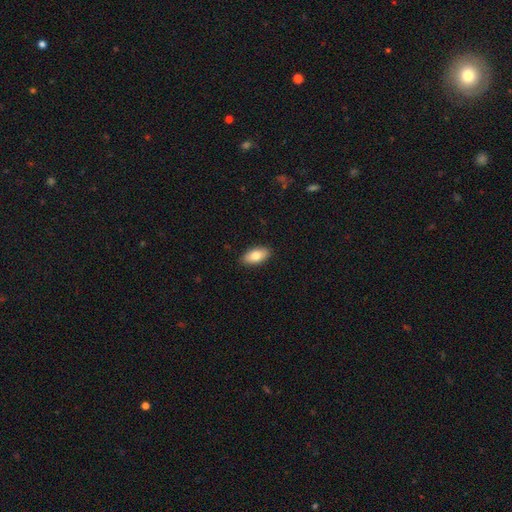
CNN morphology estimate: A smooth galaxy with no disk features (82%) that is in between round and cigar-shaped (92%). Merging: none (90%).